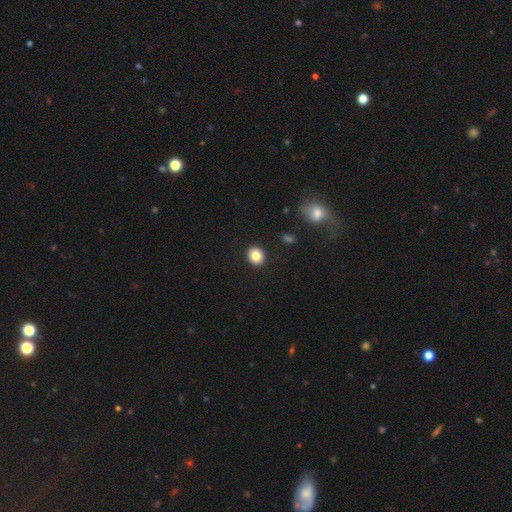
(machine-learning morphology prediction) The model was most divided on "how rounded": round: 71%, in between: 28%, cigar-shaped: 1%. More confident: merging — none (91%); smooth or featured — smooth (85%).